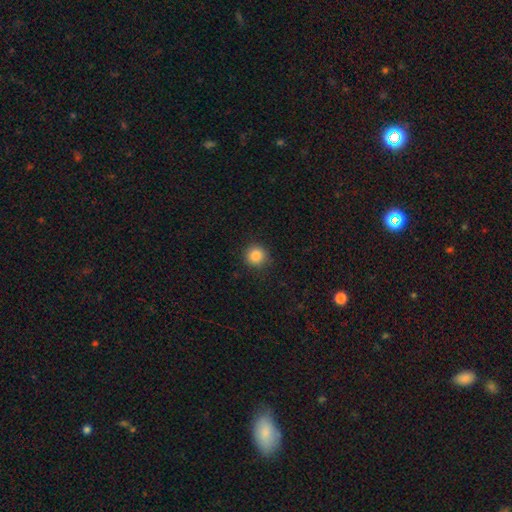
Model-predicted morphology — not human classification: Q: Smooth or featured?
A: smooth (86%); runner-up: star or artifact (10%)
Q: How rounded?
A: round (92%); runner-up: in between (7%)
Q: Merging?
A: none (89%); runner-up: minor disturbance (8%)